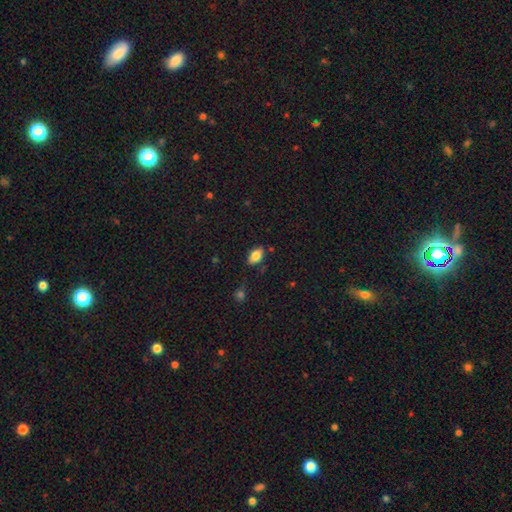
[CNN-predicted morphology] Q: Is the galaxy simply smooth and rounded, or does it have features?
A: smooth — 79%.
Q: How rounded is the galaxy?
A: in between — 90%.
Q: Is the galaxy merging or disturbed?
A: none — 80%.